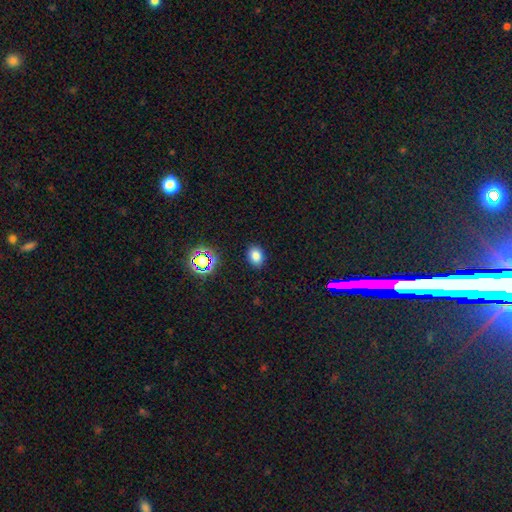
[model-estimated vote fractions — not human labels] The model was most divided on "how rounded": in between: 62%, round: 37%, cigar-shaped: 1%. More confident: merging — none (88%); smooth or featured — smooth (79%).